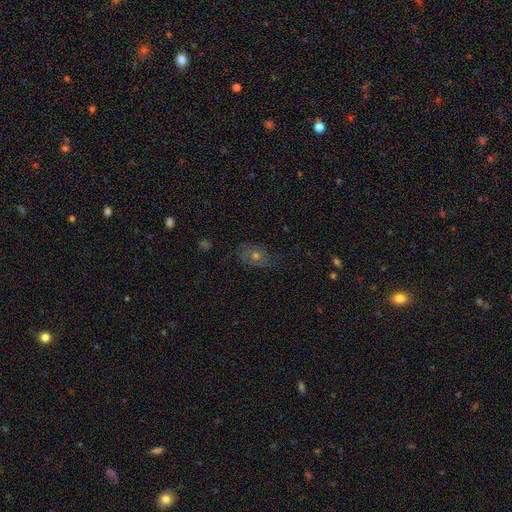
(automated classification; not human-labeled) This appears to be a smooth galaxy with no disk features (40%). Merging: none (72%).